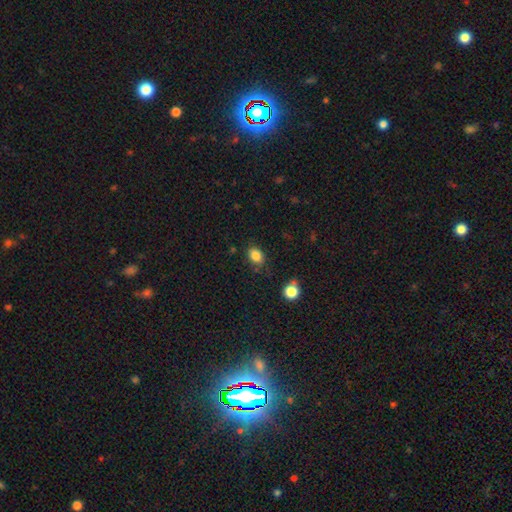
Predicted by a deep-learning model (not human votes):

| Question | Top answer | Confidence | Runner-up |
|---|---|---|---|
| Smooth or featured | smooth | 85% | star or artifact (10%) |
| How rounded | in between | 71% | round (28%) |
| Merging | none | 80% | minor disturbance (14%) |